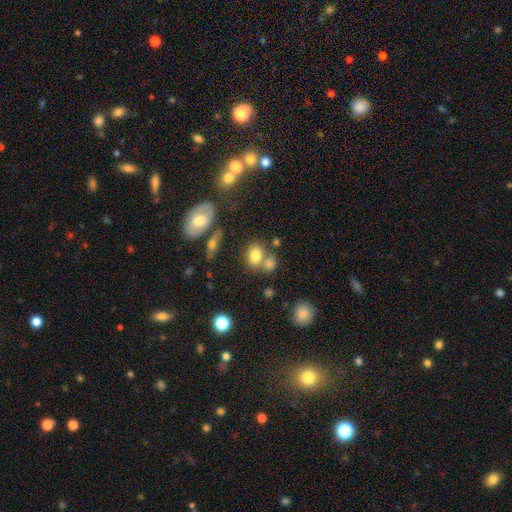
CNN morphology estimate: A smooth galaxy with no disk features (77%) that is in between round and cigar-shaped (54%). Merging: none (50%).